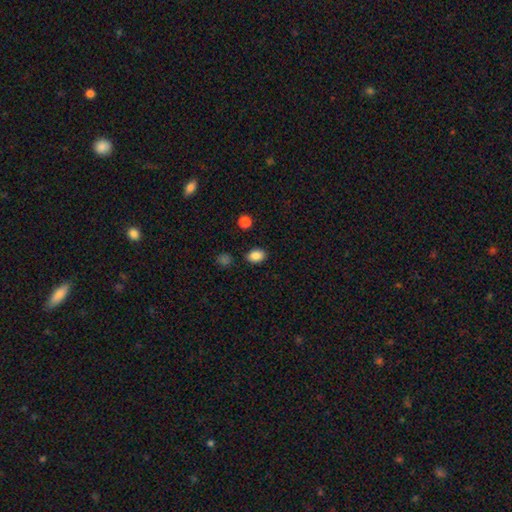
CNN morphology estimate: Smooth or featured? Predicted: smooth (p=0.87). How rounded? Predicted: in between (p=0.74). Merging? Predicted: none (p=0.86).